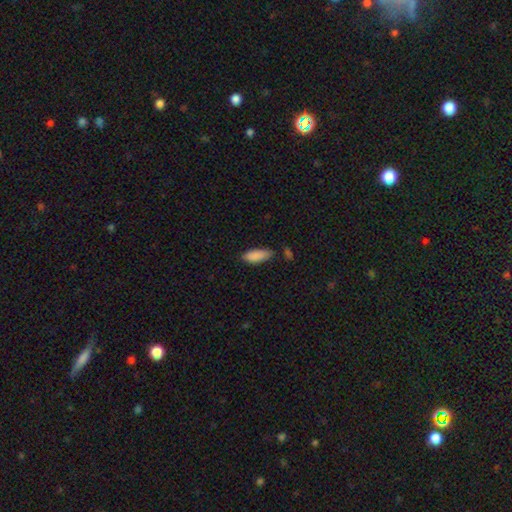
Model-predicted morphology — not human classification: A smooth galaxy with no disk features (89%) that is in between round and cigar-shaped (72%).

Vote fractions:
- Smooth or featured? smooth: 89% / star or artifact: 6% / featured or disk: 5%
- How rounded? in between: 72% / cigar-shaped: 26% / round: 2%
- Merging? none: 70% / minor disturbance: 21% / merger: 4% / major disturbance: 4%